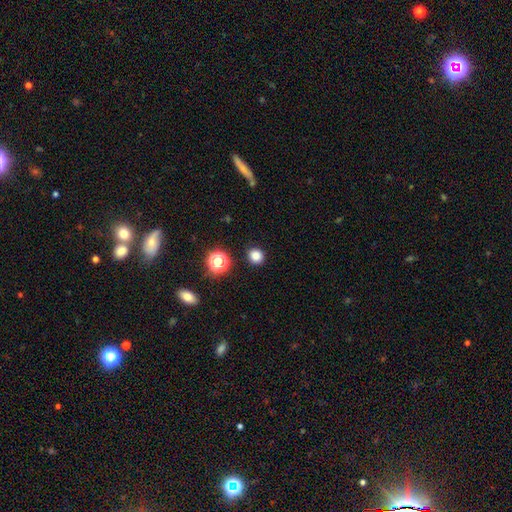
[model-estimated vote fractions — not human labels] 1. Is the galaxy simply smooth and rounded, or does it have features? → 82% smooth, 15% star or artifact, 4% featured or disk.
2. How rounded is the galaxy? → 87% round, 12% in between, 1% cigar-shaped.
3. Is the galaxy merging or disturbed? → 90% none, 6% minor disturbance, 2% major disturbance, 2% merger.